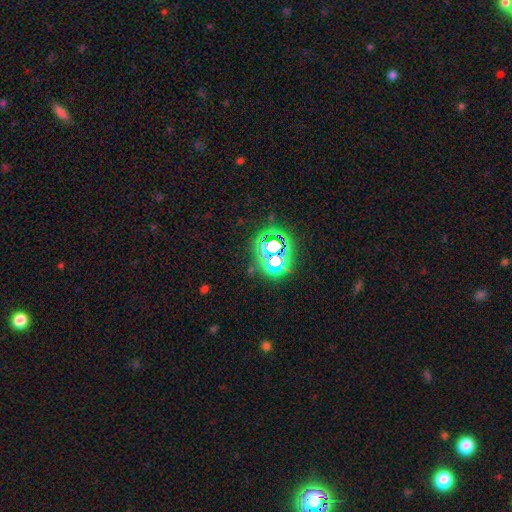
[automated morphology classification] A star or artifact, not a galaxy (72%).